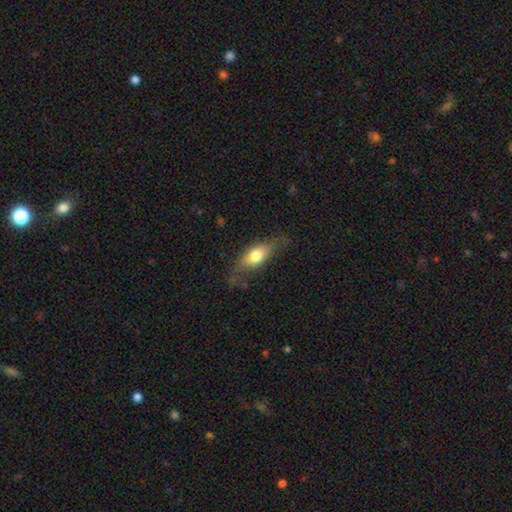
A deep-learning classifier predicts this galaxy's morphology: Smooth or featured? smooth (64%)
How rounded? in between (77%)
Merging? none (63%)